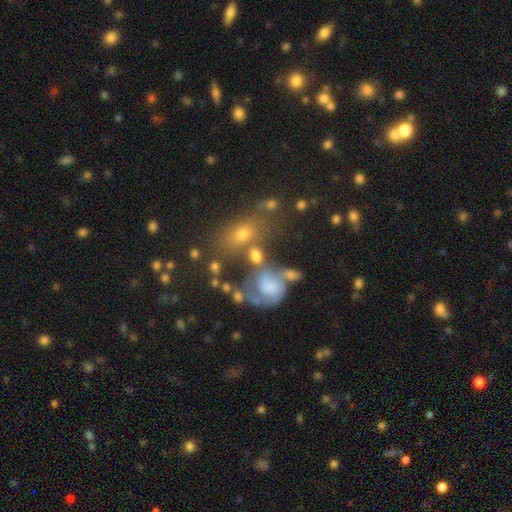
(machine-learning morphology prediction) A smooth galaxy with no disk features (59%) that is in between round and cigar-shaped (64%).

Vote fractions:
- Smooth or featured? smooth: 59% / featured or disk: 27% / star or artifact: 14%
- How rounded? in between: 64% / round: 32% / cigar-shaped: 4%
- Merging? none: 38% / merger: 33% / minor disturbance: 16% / major disturbance: 13%